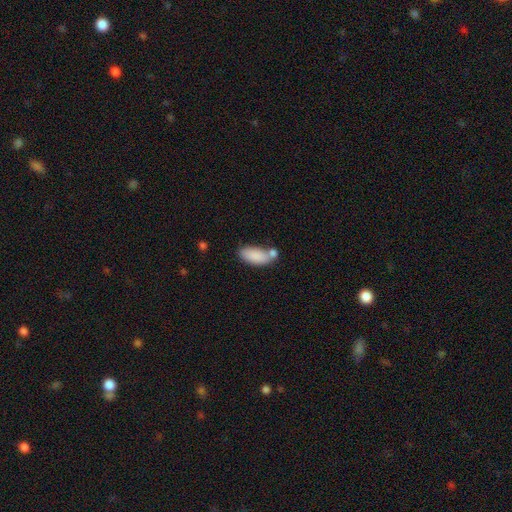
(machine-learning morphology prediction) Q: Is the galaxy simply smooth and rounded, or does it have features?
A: smooth — 86%.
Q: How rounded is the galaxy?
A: in between — 88%.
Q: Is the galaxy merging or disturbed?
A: none — 46%.